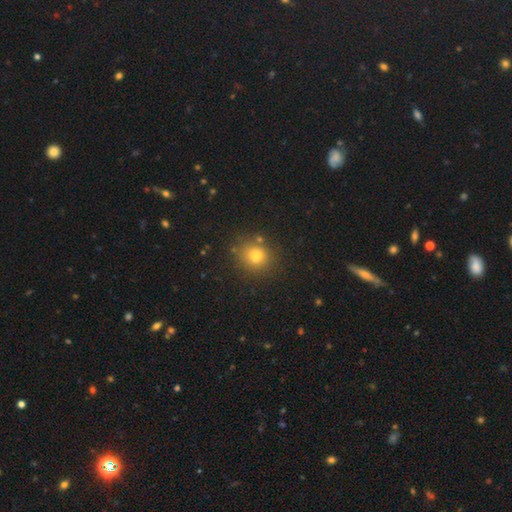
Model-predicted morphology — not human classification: Q: Smooth or featured?
A: smooth (76%); runner-up: star or artifact (16%)
Q: How rounded?
A: round (77%); runner-up: in between (22%)
Q: Merging?
A: none (76%); runner-up: minor disturbance (12%)